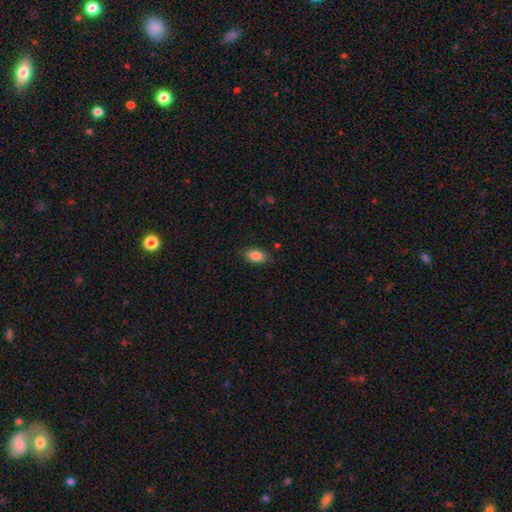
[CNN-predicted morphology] smooth-or-featured: smooth: 87% | star or artifact: 8% | featured or disk: 5%
  how-rounded: in between: 89% | round: 9% | cigar-shaped: 2%
  merging: none: 83% | minor disturbance: 13% | major disturbance: 3% | merger: 1%